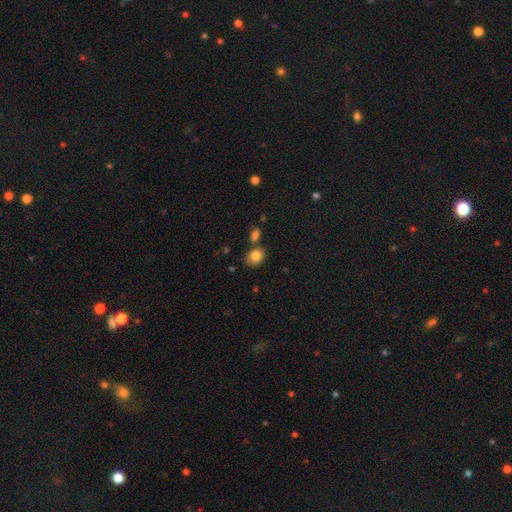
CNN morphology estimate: This appears to be a smooth galaxy with no disk features (83%) that is round (54%). Merging: none (68%).